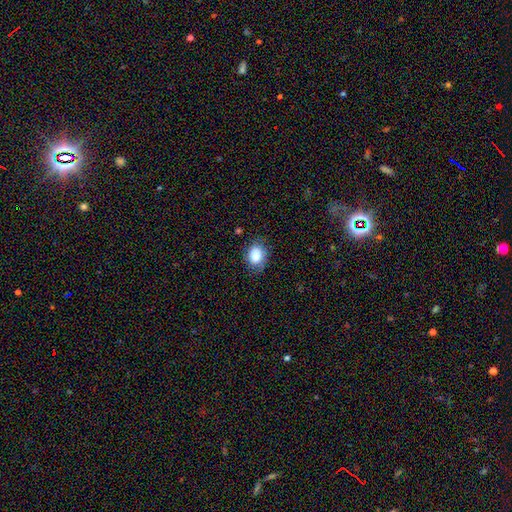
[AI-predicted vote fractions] This appears to be a smooth galaxy with no disk features (80%) that is in between round and cigar-shaped (65%). Merging: none (67%).